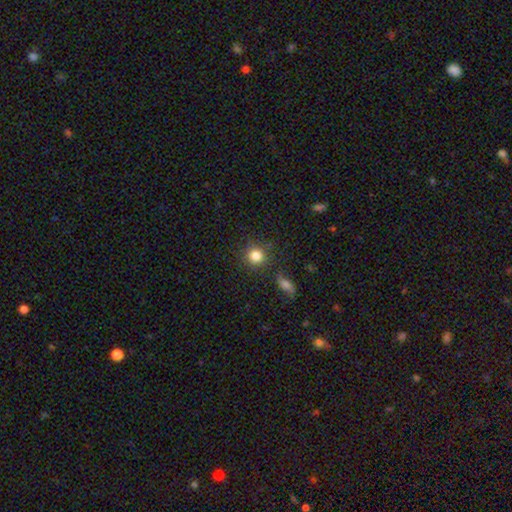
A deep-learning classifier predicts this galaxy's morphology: smooth 84%, star or artifact 11%, featured or disk 5%. Down the decision tree: how rounded — round (91%); merging — none (84%).